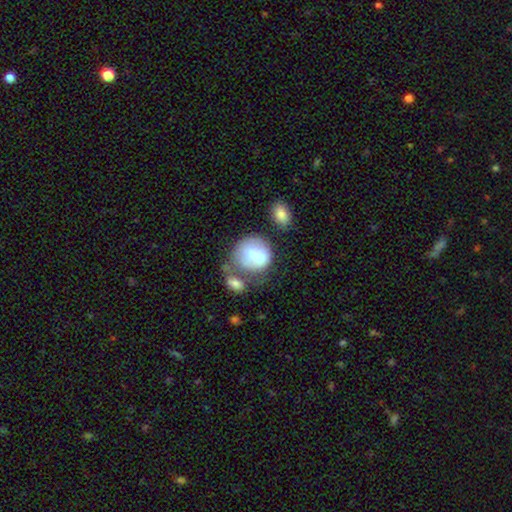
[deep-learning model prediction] Smooth or featured: smooth — 70% (featured or disk — 22%)
How rounded: round — 74% (in between — 25%)
Merging: none — 34% (merger — 25%)